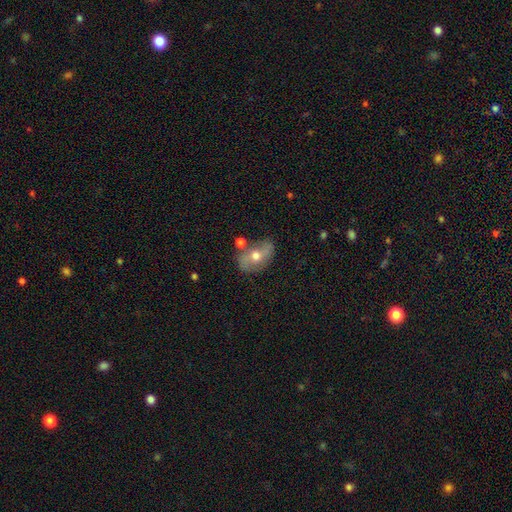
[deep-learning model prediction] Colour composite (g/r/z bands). It shows a featured or disk galaxy (51%). Merging: none (67%).